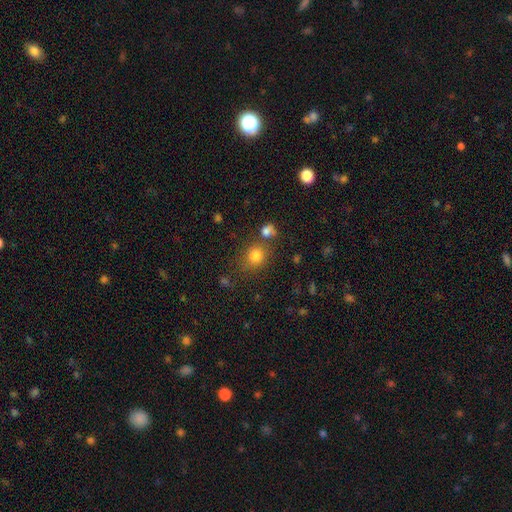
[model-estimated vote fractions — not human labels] smooth_or_featured: smooth (p=0.80) [alt: star or artifact p=0.13]
how_rounded: round (p=0.73) [alt: in between p=0.26]
merging: none (p=0.69) [alt: merger p=0.13]